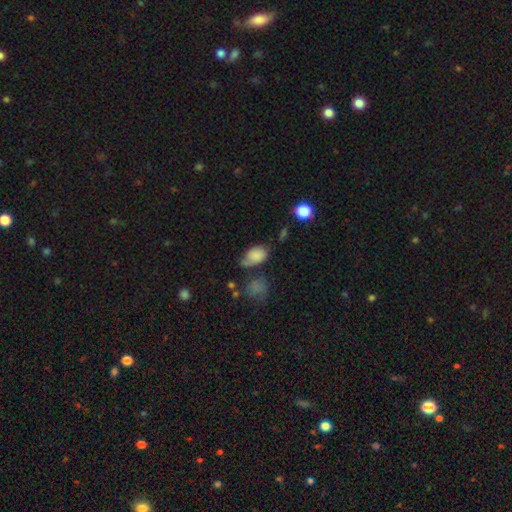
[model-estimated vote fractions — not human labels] Smooth or featured?
  - smooth: 77% *
  - featured or disk: 13%
  - star or artifact: 10%
How rounded?
  - in between: 84% *
  - round: 15%
  - cigar-shaped: 2%
Merging?
  - none: 42% *
  - minor disturbance: 30%
  - major disturbance: 16%
  - merger: 13%